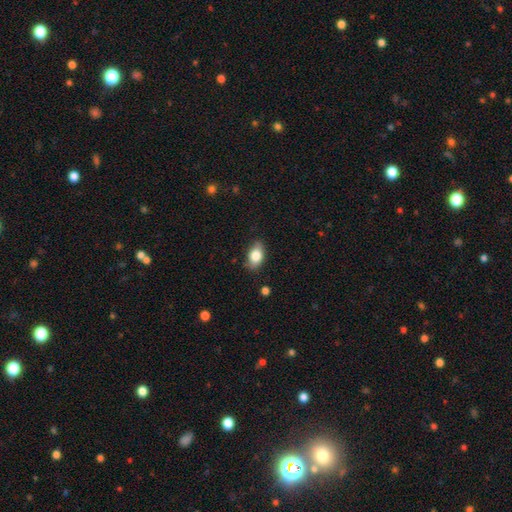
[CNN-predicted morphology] Q: Smooth or featured?
A: smooth (82%); runner-up: featured or disk (11%)
Q: How rounded?
A: in between (87%); runner-up: round (10%)
Q: Merging?
A: none (78%); runner-up: minor disturbance (17%)